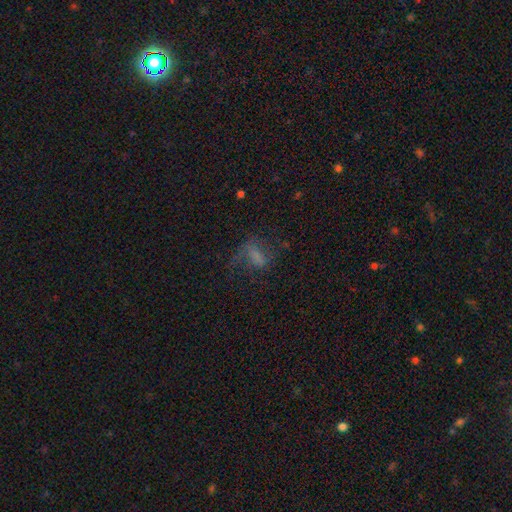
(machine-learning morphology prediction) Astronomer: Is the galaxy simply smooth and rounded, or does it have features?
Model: smooth — 43% (runner-up: featured or disk, 40%).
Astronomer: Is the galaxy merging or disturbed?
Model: none — 42% (runner-up: major disturbance, 36%).